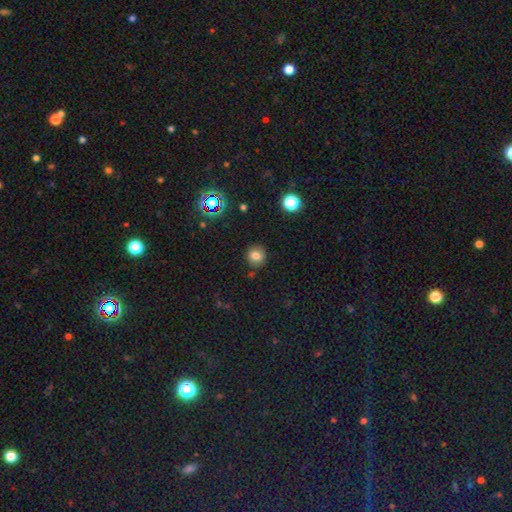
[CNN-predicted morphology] This is likely a smooth galaxy (77%). How rounded: clearly round (82%). Merging: clearly none (84%).